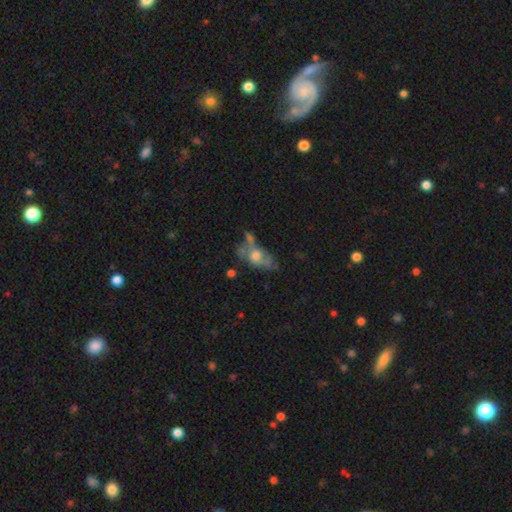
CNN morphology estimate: type=featured or disk (53%); edge-on=no (86%); merging=none (32%).